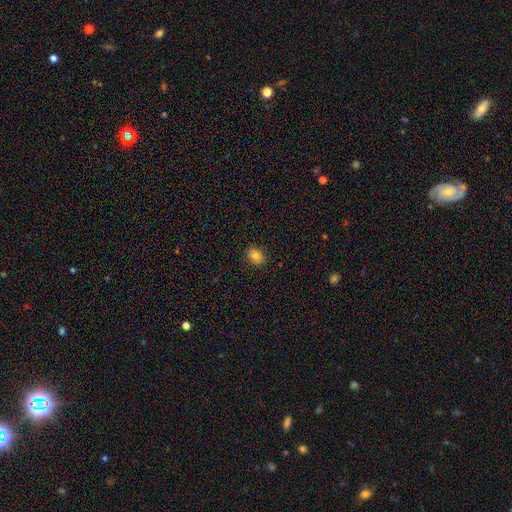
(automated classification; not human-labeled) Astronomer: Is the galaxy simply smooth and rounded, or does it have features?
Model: smooth — 80%.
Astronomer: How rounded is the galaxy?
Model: in between — 56% (runner-up: round, 43%).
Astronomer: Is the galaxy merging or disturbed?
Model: none — 88%.